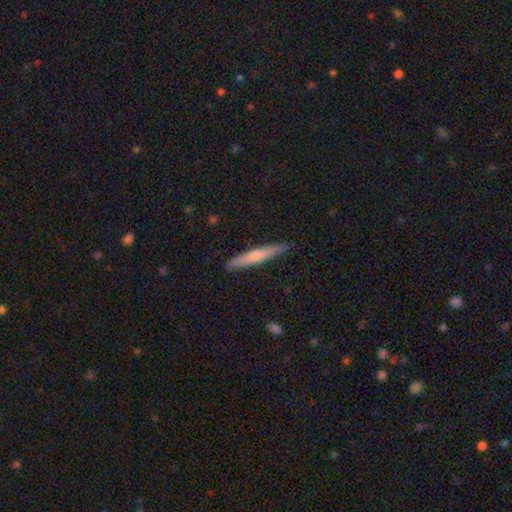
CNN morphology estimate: Q: Smooth or featured?
A: smooth (59%); runner-up: featured or disk (35%)
Q: How rounded?
A: cigar-shaped (94%); runner-up: in between (5%)
Q: Merging?
A: none (88%); runner-up: minor disturbance (9%)